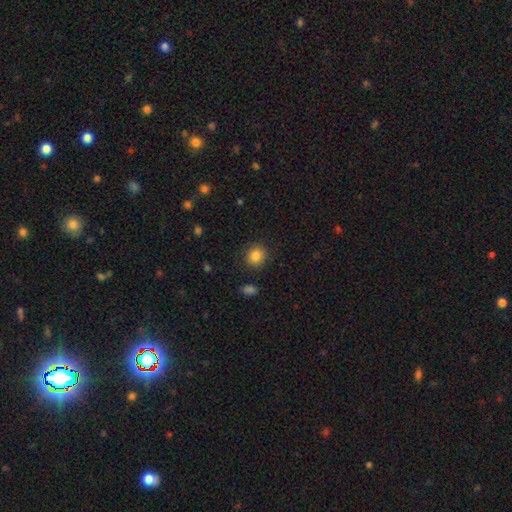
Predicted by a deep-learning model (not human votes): Smooth or featured: smooth — 84% (star or artifact — 10%)
How rounded: round — 87% (in between — 12%)
Merging: none — 89% (minor disturbance — 7%)